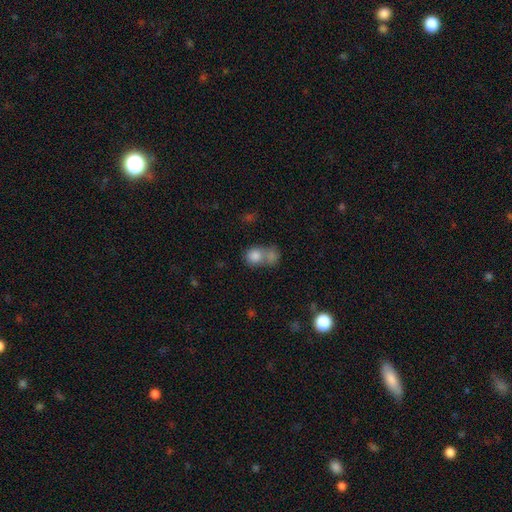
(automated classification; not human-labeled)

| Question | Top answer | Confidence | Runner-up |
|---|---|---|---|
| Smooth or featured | smooth | 81% | star or artifact (10%) |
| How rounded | round | 74% | in between (25%) |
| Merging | merger | 54% | none (34%) |